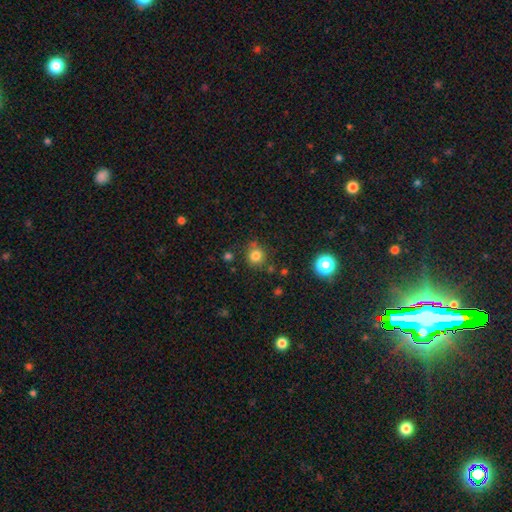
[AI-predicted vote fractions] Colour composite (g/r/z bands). It shows a smooth galaxy with no disk features (80%) that is round (89%). Merging: none (75%).